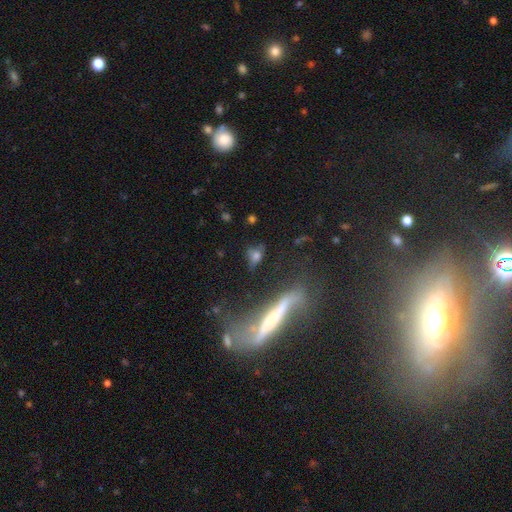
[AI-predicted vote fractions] Morphology: type=smooth (59%); roundness=in between (57%); merging=none (54%).